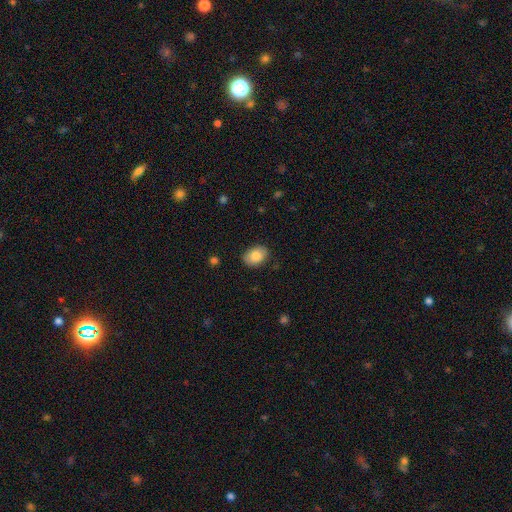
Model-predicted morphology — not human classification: Smooth or featured? smooth (84%)
How rounded? in between (77%)
Merging? none (84%)